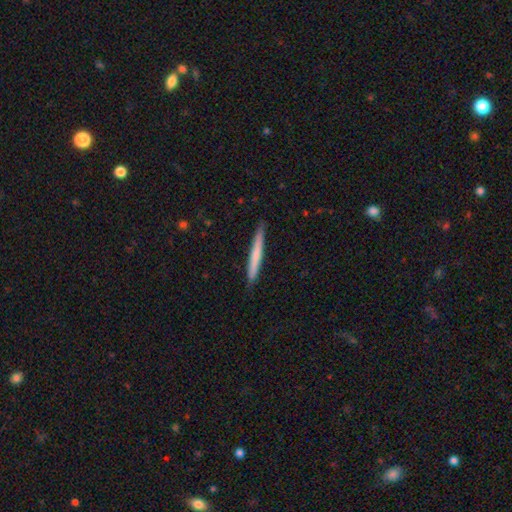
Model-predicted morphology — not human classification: This appears to be a smooth galaxy with no disk features (61%) that is cigar-shaped (97%). Merging: none (90%).